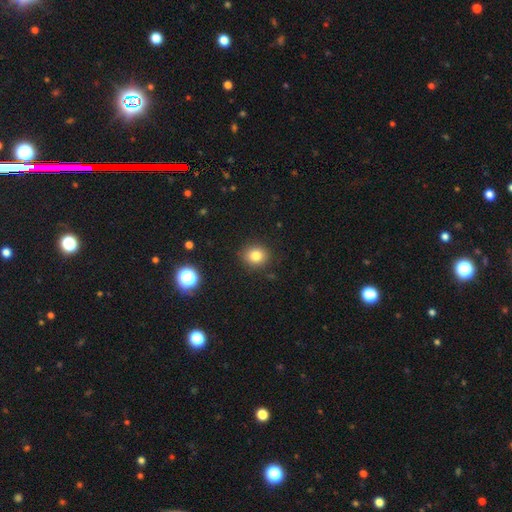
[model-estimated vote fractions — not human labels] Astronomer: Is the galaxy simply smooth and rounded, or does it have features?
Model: smooth — 82%.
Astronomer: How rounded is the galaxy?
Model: round — 78%.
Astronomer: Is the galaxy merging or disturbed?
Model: none — 89%.